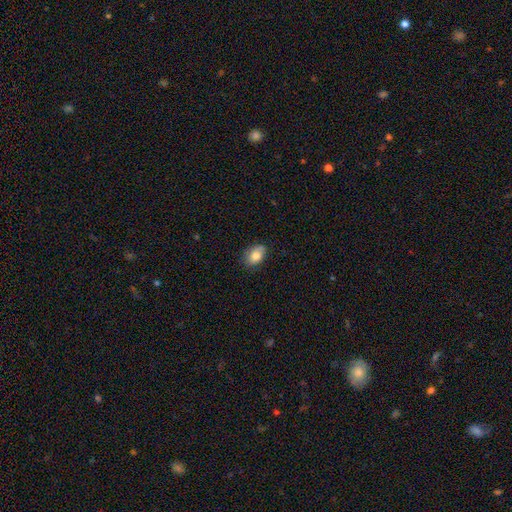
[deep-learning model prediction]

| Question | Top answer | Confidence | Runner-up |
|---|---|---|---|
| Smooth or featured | smooth | 78% | featured or disk (13%) |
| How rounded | in between | 77% | round (22%) |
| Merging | none | 68% | minor disturbance (25%) |